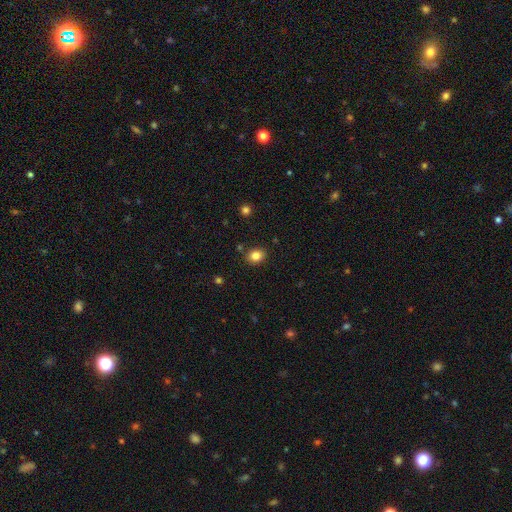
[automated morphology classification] The model was most divided on "how rounded": round: 51%, in between: 48%, cigar-shaped: 1%. More confident: merging — none (85%); smooth or featured — smooth (84%).